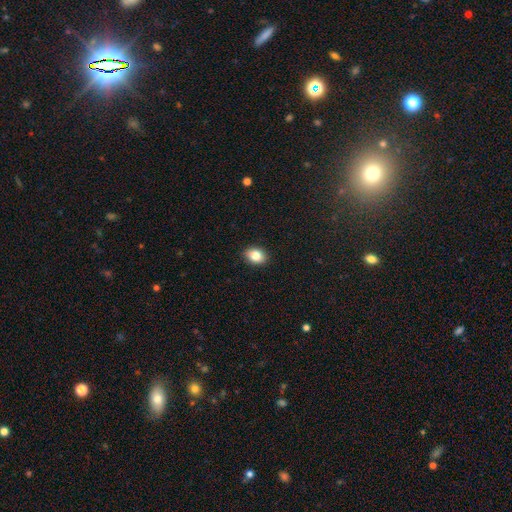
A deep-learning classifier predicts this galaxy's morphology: Smooth or featured? smooth (84%)
How rounded? in between (72%)
Merging? none (90%)